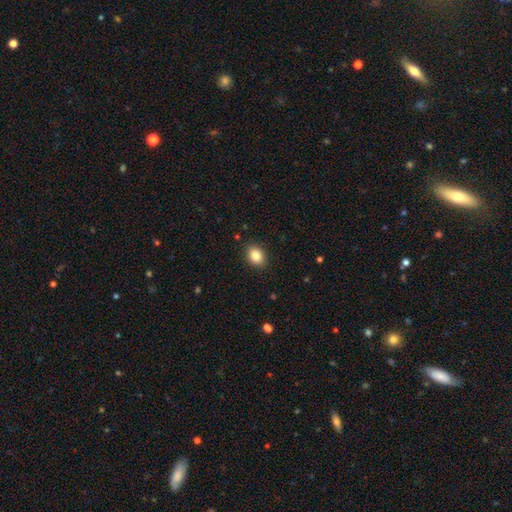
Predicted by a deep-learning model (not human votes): smooth-or-featured: smooth: 86% | star or artifact: 9% | featured or disk: 5%
  how-rounded: in between: 66% | round: 33% | cigar-shaped: 1%
  merging: none: 89% | minor disturbance: 8% | major disturbance: 2% | merger: 1%